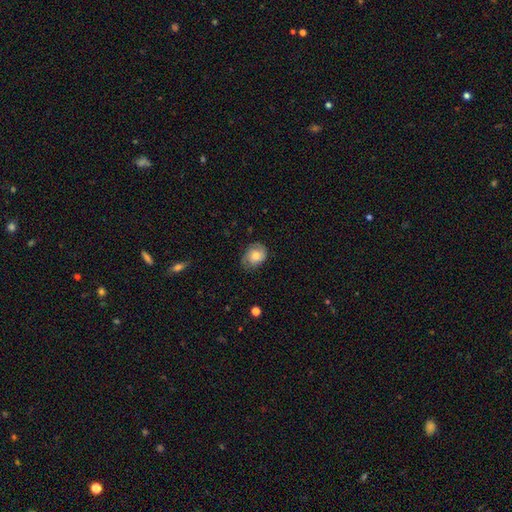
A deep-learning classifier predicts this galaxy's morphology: Smooth or featured? Predicted: smooth (p=0.65). How rounded? Predicted: in between (p=0.52). Merging? Predicted: none (p=0.65).